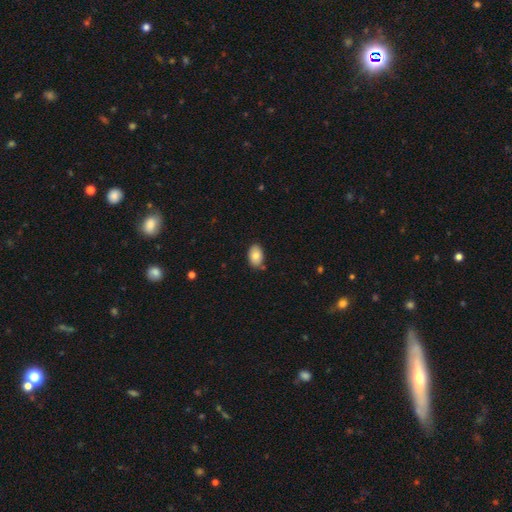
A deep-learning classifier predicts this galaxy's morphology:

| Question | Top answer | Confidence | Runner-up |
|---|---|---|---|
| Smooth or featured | smooth | 80% | featured or disk (13%) |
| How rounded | in between | 89% | round (10%) |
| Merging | none | 80% | minor disturbance (14%) |